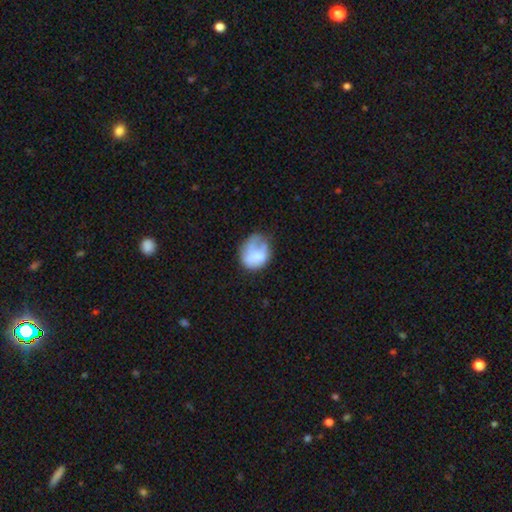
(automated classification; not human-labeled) Smooth or featured: smooth — 61% (featured or disk — 30%)
How rounded: round — 59% (in between — 40%)
Merging: none — 42% (minor disturbance — 29%)